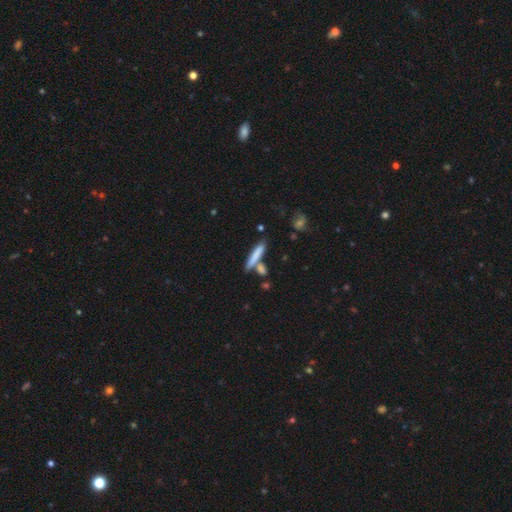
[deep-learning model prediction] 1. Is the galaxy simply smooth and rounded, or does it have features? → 73% smooth, 20% featured or disk, 7% star or artifact.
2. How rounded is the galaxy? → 89% cigar-shaped, 9% in between, 2% round.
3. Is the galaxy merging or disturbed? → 67% none, 18% merger, 11% minor disturbance, 4% major disturbance.